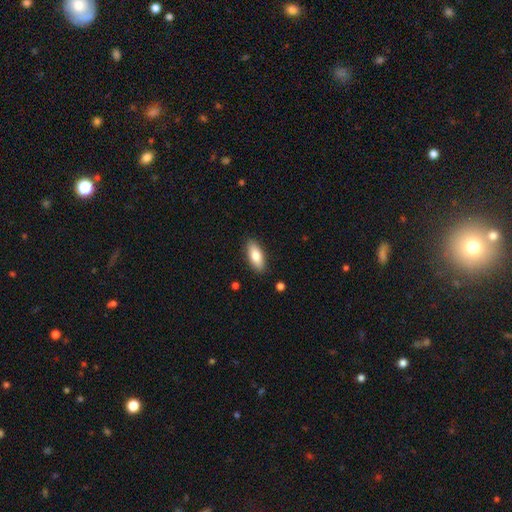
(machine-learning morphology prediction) Smooth or featured: smooth — 81% (featured or disk — 13%)
How rounded: in between — 77% (cigar-shaped — 21%)
Merging: none — 88% (minor disturbance — 9%)